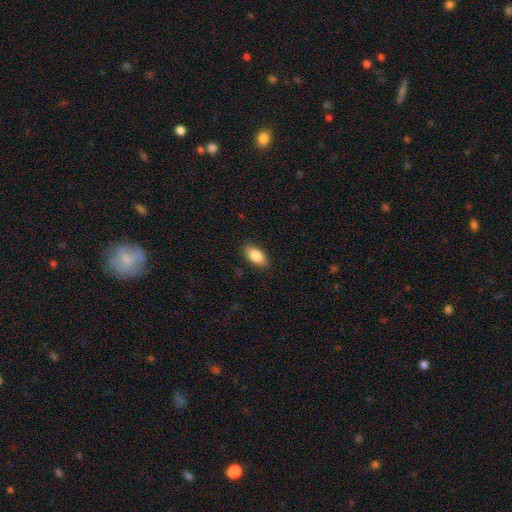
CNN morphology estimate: Smooth or featured? Predicted: smooth (p=0.88). How rounded? Predicted: in between (p=0.91). Merging? Predicted: none (p=0.87).